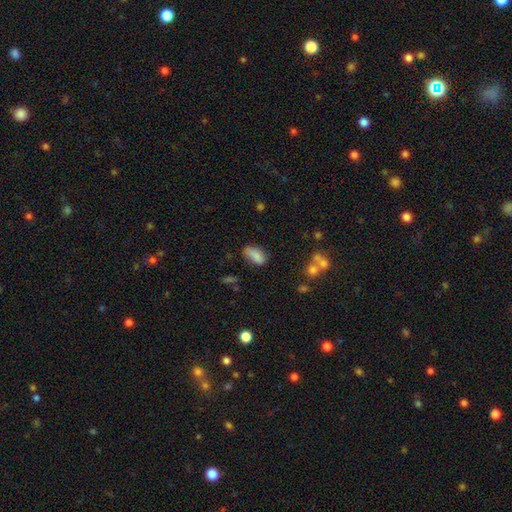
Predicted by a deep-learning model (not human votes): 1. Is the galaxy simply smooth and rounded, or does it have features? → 83% smooth, 9% star or artifact, 8% featured or disk.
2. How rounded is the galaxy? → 89% in between, 7% cigar-shaped, 4% round.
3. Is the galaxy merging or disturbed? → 64% none, 25% minor disturbance, 7% major disturbance, 5% merger.